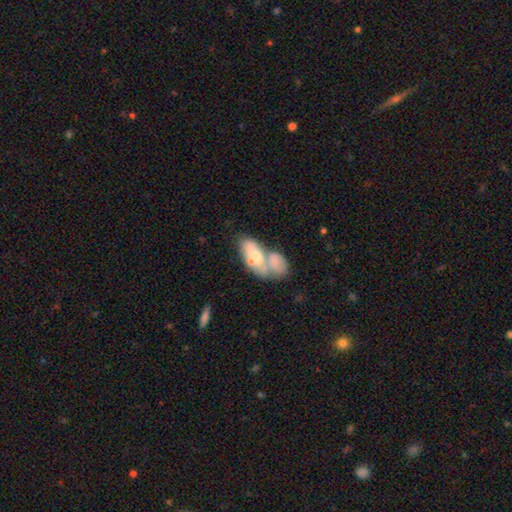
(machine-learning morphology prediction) Smooth or featured? Predicted: smooth (p=0.57). How rounded? Predicted: in between (p=0.90). Merging? Predicted: merger (p=0.65).